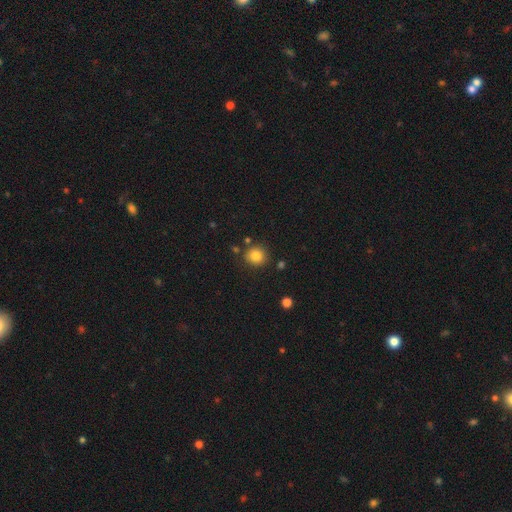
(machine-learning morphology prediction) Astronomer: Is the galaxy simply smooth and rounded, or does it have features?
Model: smooth — 83%.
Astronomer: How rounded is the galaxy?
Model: round — 88%.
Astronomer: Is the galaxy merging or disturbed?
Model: none — 84%.